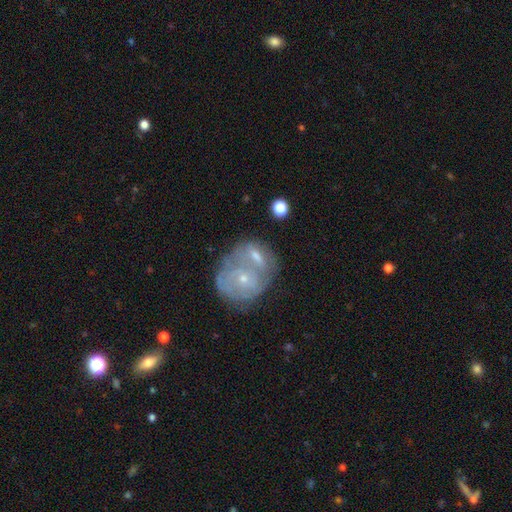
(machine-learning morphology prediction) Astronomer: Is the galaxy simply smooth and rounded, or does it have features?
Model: featured or disk — 55% (runner-up: smooth, 36%).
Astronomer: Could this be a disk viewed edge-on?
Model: no — 96%.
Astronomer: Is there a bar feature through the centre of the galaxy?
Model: no — 68%.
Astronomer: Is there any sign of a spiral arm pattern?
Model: yes — 56% (runner-up: no, 44%).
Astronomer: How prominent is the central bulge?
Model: small — 59%.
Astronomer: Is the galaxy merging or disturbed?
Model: merger — 55%.